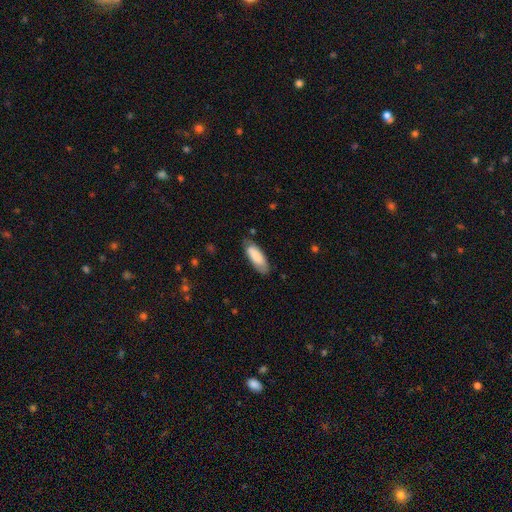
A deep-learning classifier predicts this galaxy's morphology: A smooth galaxy with no disk features (79%) that is in between round and cigar-shaped (68%). Merging: none (76%).